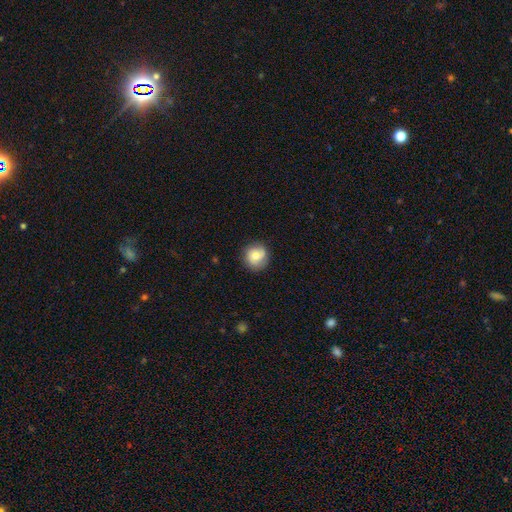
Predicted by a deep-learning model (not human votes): smooth_or_featured: smooth (p=0.70) [alt: featured or disk p=0.22]
how_rounded: round (p=0.91) [alt: in between p=0.08]
merging: none (p=0.82) [alt: minor disturbance p=0.13]